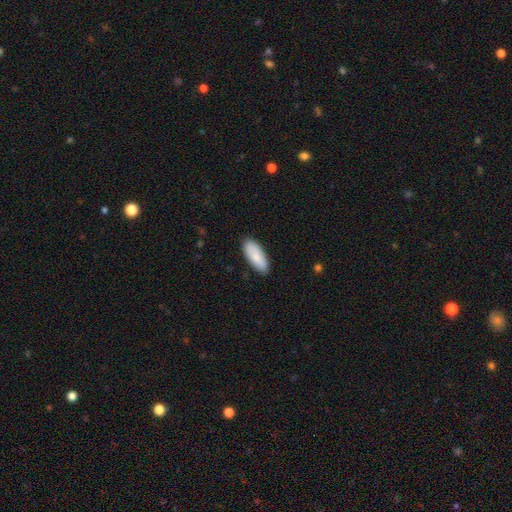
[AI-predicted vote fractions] Smooth or featured?
  - smooth: 85% *
  - featured or disk: 10%
  - star or artifact: 5%
How rounded?
  - in between: 79% *
  - cigar-shaped: 19%
  - round: 2%
Merging?
  - none: 88% *
  - minor disturbance: 9%
  - major disturbance: 2%
  - merger: 1%